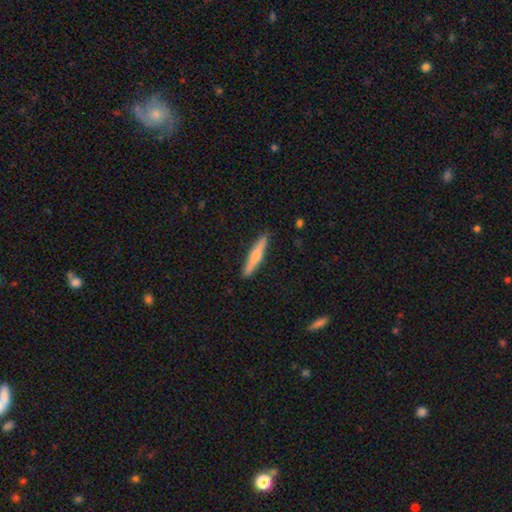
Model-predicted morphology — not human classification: This appears to be a smooth galaxy with no disk features (53%) that is cigar-shaped (91%). Merging: none (90%).